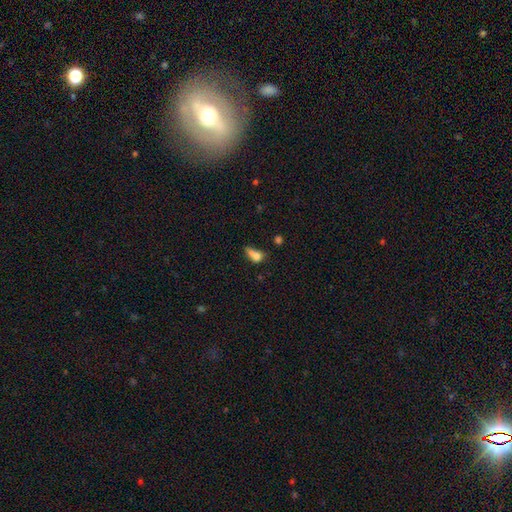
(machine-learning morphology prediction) A smooth galaxy with no disk features (71%) that is in between round and cigar-shaped (60%). Merging: merger (37%).